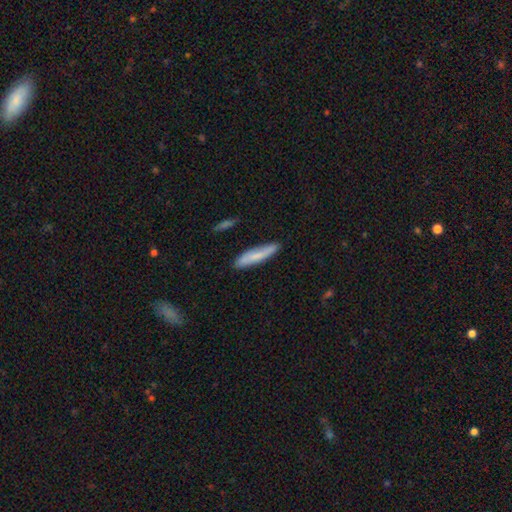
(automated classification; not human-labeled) Smooth or featured? smooth (69%)
How rounded? cigar-shaped (85%)
Merging? none (84%)